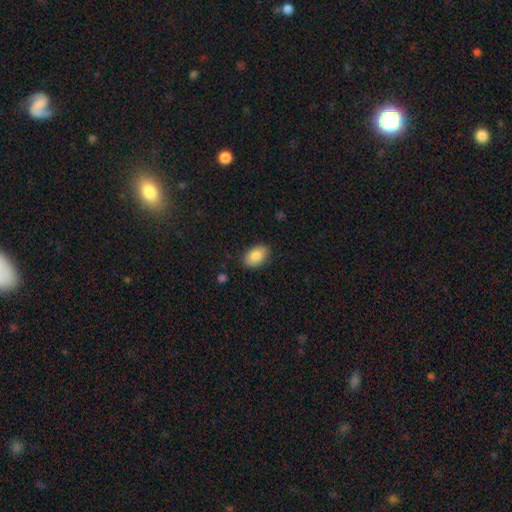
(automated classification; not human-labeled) Smooth or featured? smooth (84%)
How rounded? in between (89%)
Merging? none (85%)